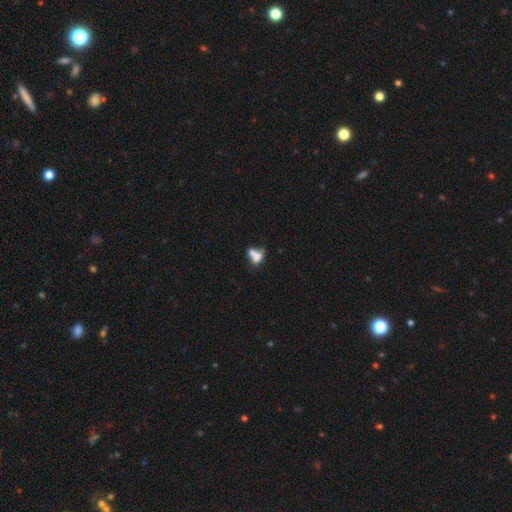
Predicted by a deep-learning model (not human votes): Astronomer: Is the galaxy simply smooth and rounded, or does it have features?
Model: smooth — 64%.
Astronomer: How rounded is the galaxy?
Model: in between — 70%.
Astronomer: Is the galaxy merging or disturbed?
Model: merger — 55%.